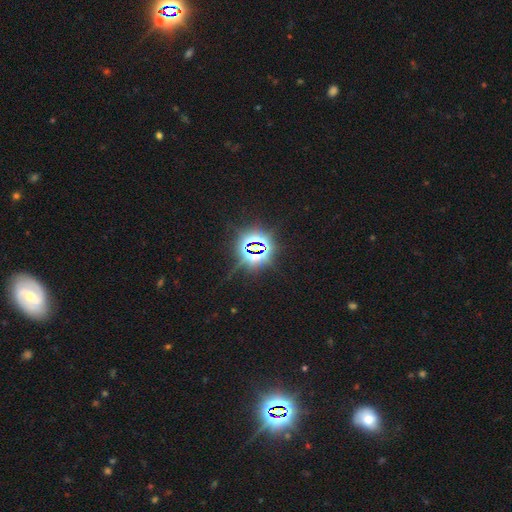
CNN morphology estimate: A star or artifact, not a galaxy (84%).